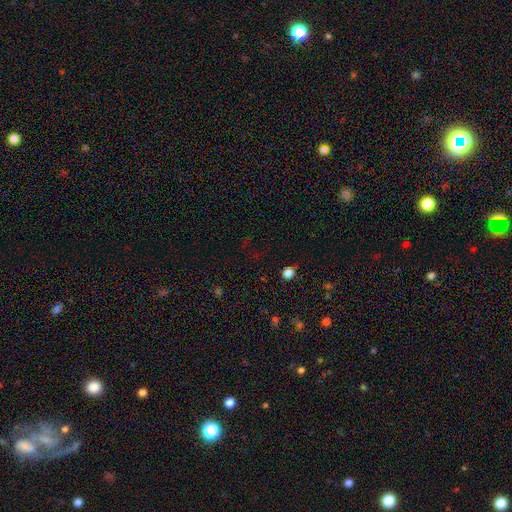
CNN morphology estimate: smooth-or-featured: star or artifact: 55% | smooth: 38% | featured or disk: 7%